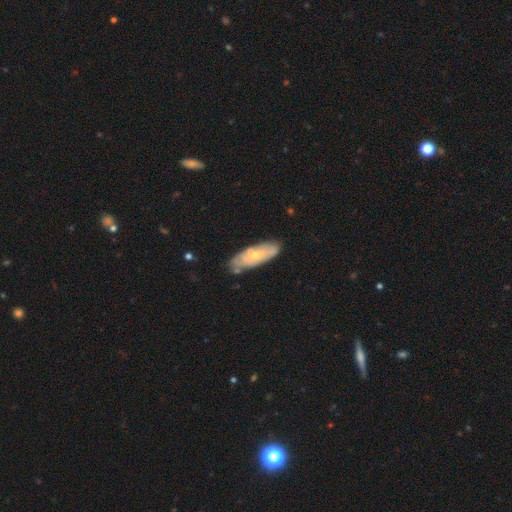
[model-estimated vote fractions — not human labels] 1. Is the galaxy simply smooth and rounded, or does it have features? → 48% featured or disk, 46% smooth, 6% star or artifact.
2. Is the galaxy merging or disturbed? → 70% none, 19% minor disturbance, 6% merger, 4% major disturbance.